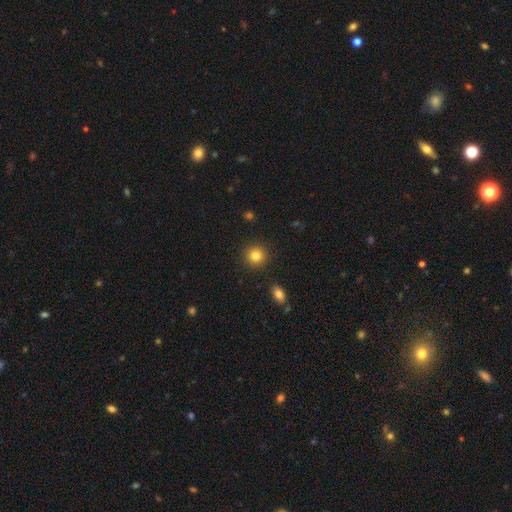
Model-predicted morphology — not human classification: This appears to be a smooth galaxy with no disk features (84%) that is round (92%). Merging: none (91%).